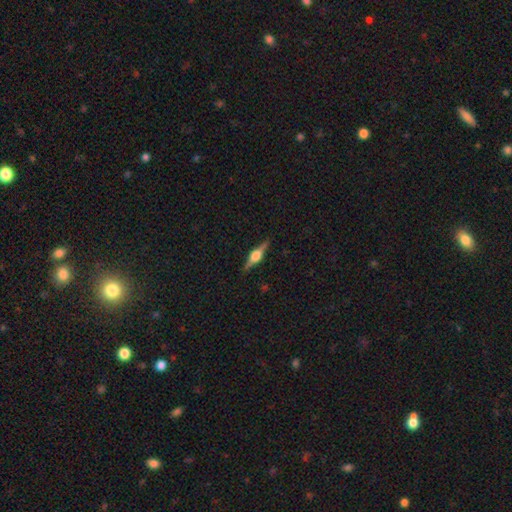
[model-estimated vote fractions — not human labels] Overall: featured or disk (79%). Edge-on disk: yes (98%). Edge-on bulge: rounded (91%). Merging: none (90%).